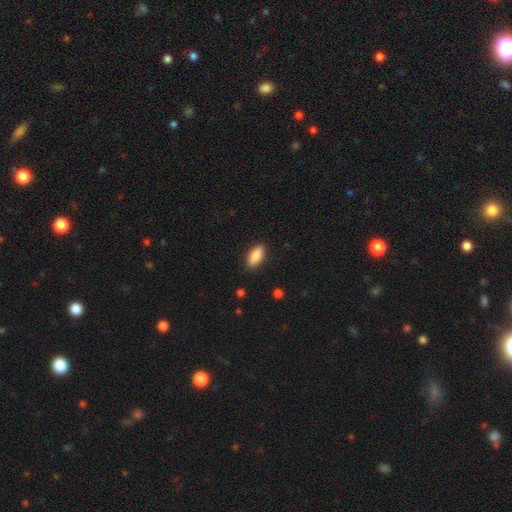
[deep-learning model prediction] This is clearly a smooth galaxy (88%). How rounded: clearly in between (90%). Merging: clearly none (87%).